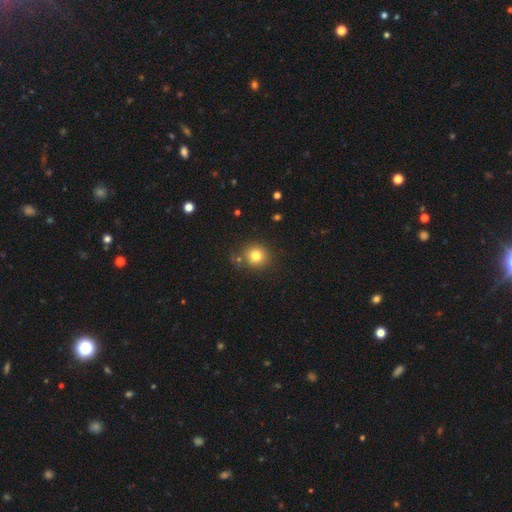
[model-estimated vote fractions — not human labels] Morphology: type=smooth (79%); roundness=round (89%); merging=none (82%).